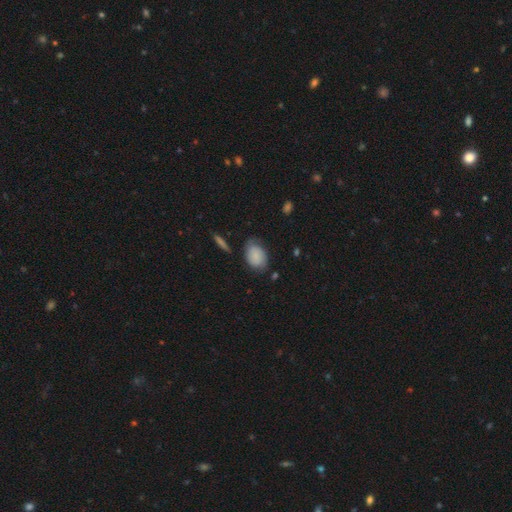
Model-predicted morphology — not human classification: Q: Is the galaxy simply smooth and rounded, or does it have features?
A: smooth — 77%.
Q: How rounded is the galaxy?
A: in between — 79%.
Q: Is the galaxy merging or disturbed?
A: none — 62%.